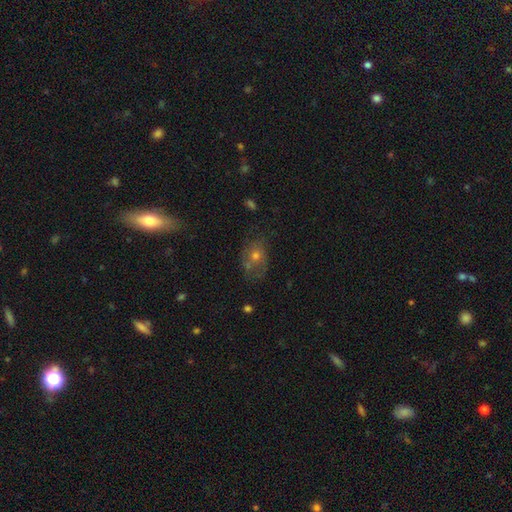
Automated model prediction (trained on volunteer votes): A smooth galaxy with no disk features (50%). Merging: none (51%).